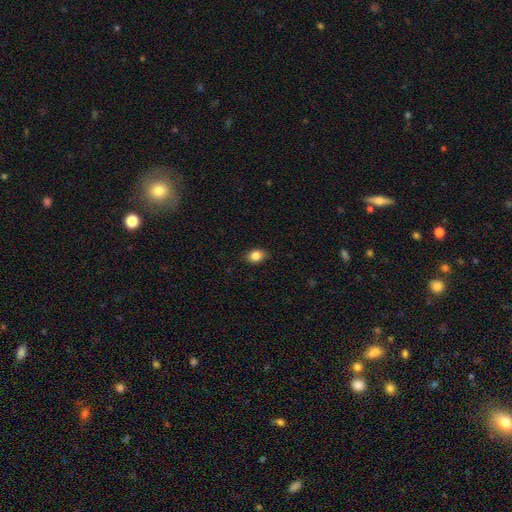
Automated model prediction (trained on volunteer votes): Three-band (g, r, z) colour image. It shows a smooth galaxy with no disk features (86%) that is in between round and cigar-shaped (76%). Merging: none (86%).